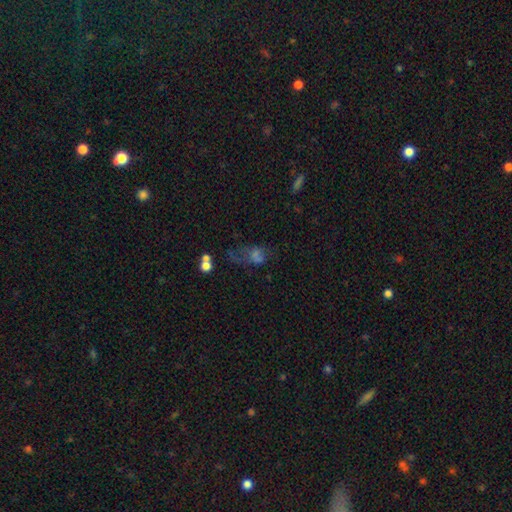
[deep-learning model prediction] A smooth galaxy with no disk features (41%).

Vote fractions:
- Smooth or featured? smooth: 41% / featured or disk: 30% / star or artifact: 29%
- Merging? major disturbance: 36% / none: 30% / minor disturbance: 18% / merger: 15%